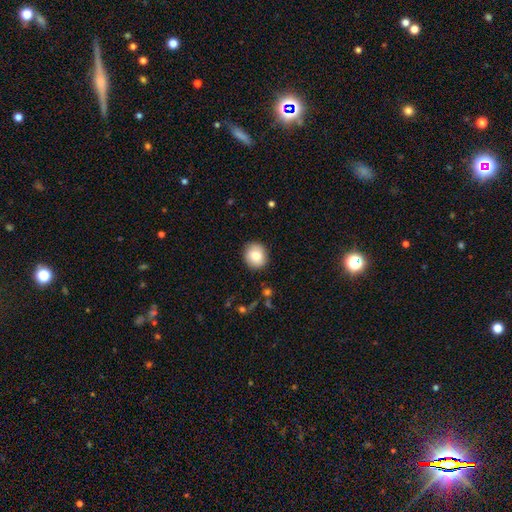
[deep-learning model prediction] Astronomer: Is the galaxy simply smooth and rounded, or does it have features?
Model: smooth — 81%.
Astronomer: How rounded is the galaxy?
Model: round — 82%.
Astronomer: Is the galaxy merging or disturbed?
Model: none — 89%.